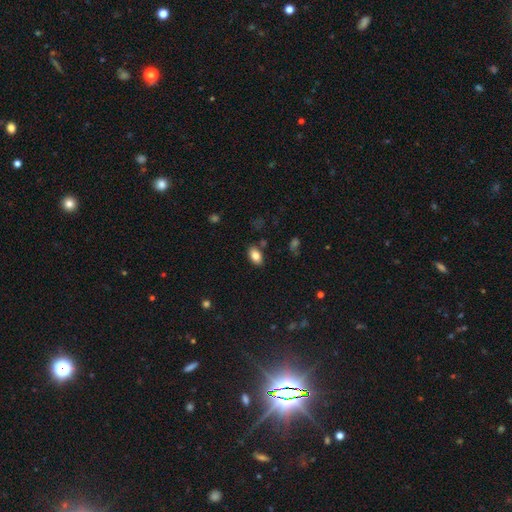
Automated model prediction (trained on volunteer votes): A smooth galaxy with no disk features (82%) that is in between round and cigar-shaped (90%).

Vote fractions:
- Smooth or featured? smooth: 82% / featured or disk: 10% / star or artifact: 8%
- How rounded? in between: 90% / round: 8% / cigar-shaped: 2%
- Merging? none: 84% / minor disturbance: 11% / merger: 3% / major disturbance: 2%